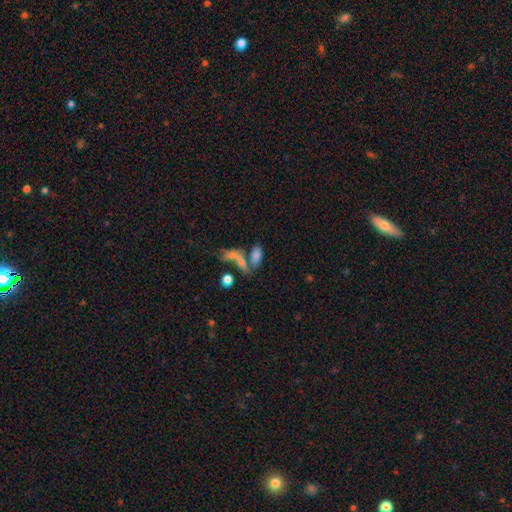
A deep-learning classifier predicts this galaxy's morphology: Smooth or featured: smooth — 73% (featured or disk — 16%)
How rounded: in between — 80% (cigar-shaped — 15%)
Merging: merger — 47% (none — 33%)